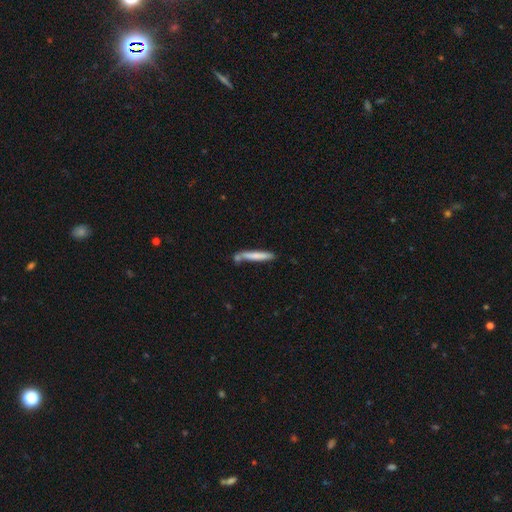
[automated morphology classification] Smooth or featured?
  - smooth: 70% *
  - featured or disk: 23%
  - star or artifact: 6%
How rounded?
  - cigar-shaped: 93% *
  - in between: 6%
  - round: 1%
Merging?
  - none: 62% *
  - minor disturbance: 17%
  - merger: 16%
  - major disturbance: 4%